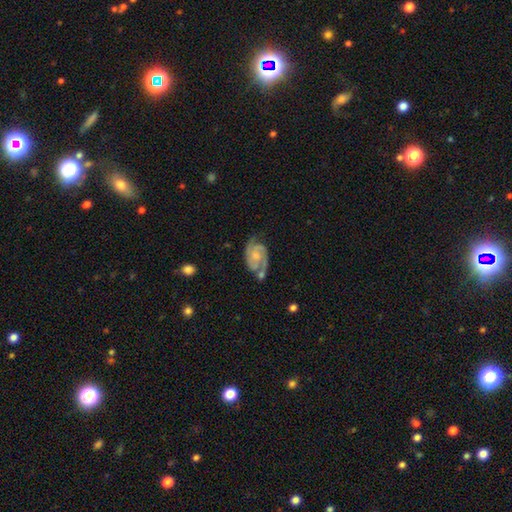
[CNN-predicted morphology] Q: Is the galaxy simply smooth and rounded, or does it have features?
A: featured or disk — 84%.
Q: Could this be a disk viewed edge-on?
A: no — 97%.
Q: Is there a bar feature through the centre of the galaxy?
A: no — 65%.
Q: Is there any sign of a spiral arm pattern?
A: yes — 97%.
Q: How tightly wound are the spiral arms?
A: medium — 46%.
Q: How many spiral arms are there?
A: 2 — 80%.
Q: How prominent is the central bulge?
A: small — 46%.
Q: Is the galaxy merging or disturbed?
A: none — 55%.